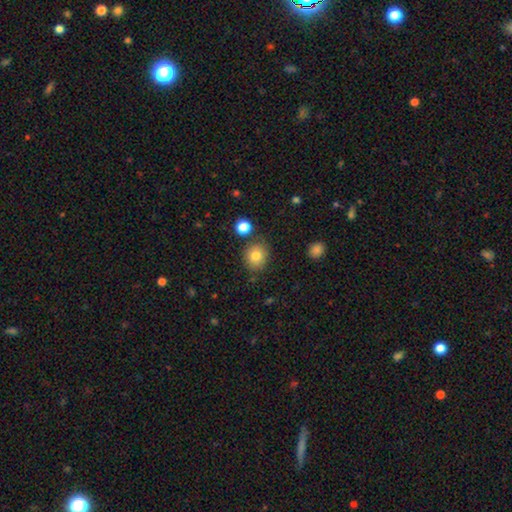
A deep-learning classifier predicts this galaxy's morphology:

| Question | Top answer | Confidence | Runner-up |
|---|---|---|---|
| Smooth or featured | smooth | 79% | star or artifact (11%) |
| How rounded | round | 74% | in between (25%) |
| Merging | none | 80% | minor disturbance (11%) |